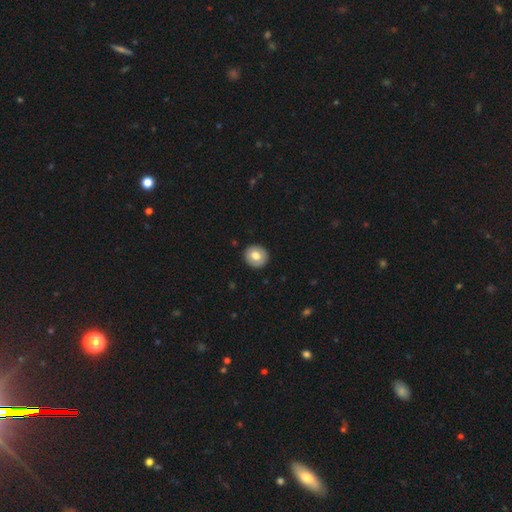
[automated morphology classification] Smooth or featured: smooth — 74% (featured or disk — 19%)
How rounded: round — 89% (in between — 10%)
Merging: none — 91% (minor disturbance — 6%)